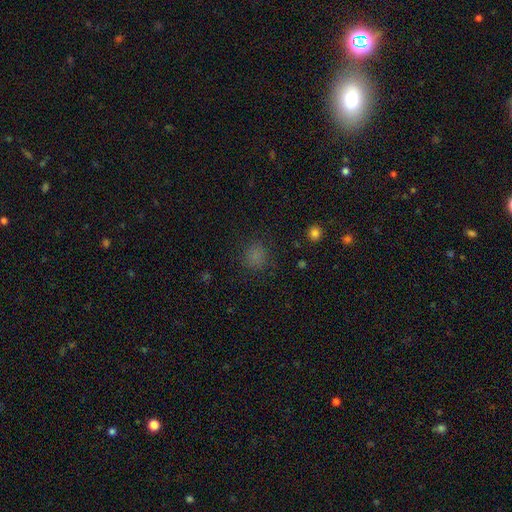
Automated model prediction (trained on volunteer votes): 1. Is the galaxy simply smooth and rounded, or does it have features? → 76% smooth, 19% star or artifact, 5% featured or disk.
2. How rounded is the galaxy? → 80% round, 19% in between, 1% cigar-shaped.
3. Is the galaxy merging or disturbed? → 82% none, 12% minor disturbance, 5% major disturbance, 1% merger.